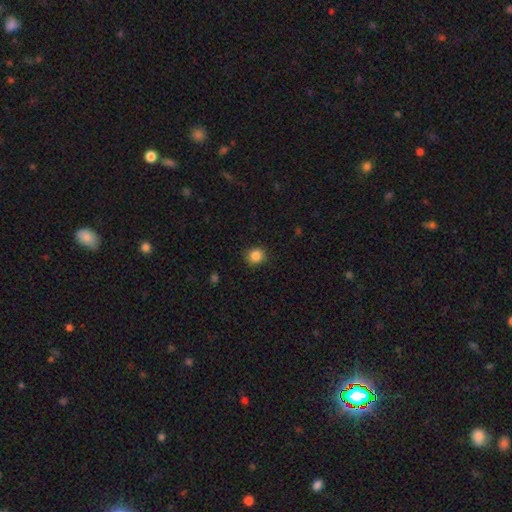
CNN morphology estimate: Smooth or featured?
  - smooth: 86% *
  - star or artifact: 11%
  - featured or disk: 4%
How rounded?
  - round: 89% *
  - in between: 10%
  - cigar-shaped: 1%
Merging?
  - none: 90% *
  - minor disturbance: 7%
  - major disturbance: 2%
  - merger: 1%